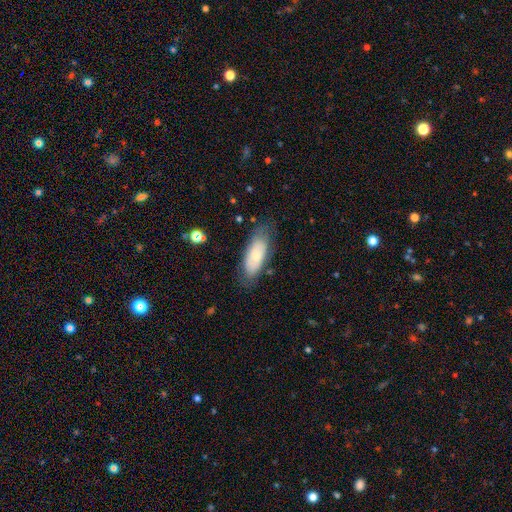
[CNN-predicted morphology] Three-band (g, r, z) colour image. It shows a smooth galaxy with no disk features (66%) that is in between round and cigar-shaped (80%). Merging: none (69%).